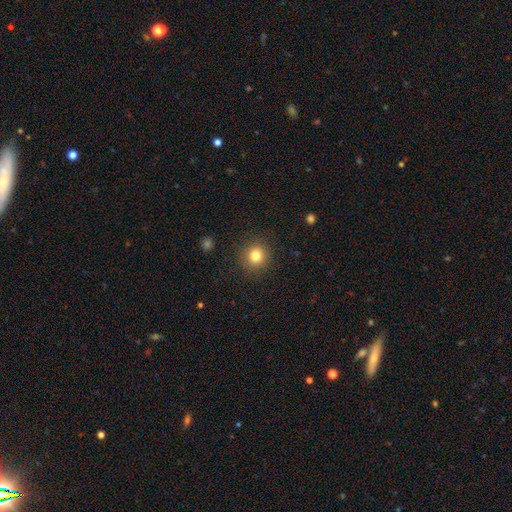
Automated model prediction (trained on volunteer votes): This is clearly a smooth galaxy (81%). How rounded: clearly round (92%). Merging: clearly none (90%).